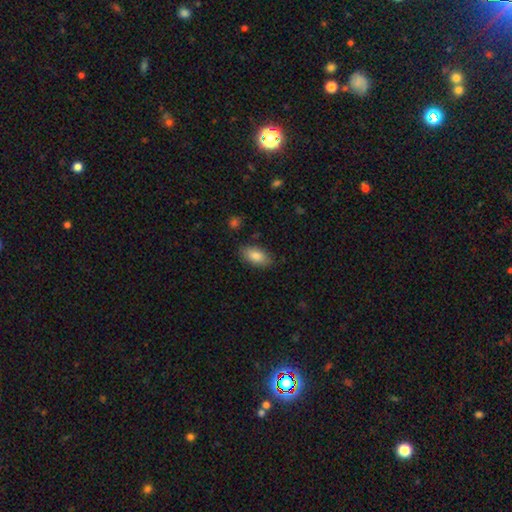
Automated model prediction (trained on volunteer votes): Smooth or featured?
  - smooth: 85% *
  - featured or disk: 9%
  - star or artifact: 7%
How rounded?
  - in between: 92% *
  - cigar-shaped: 5%
  - round: 3%
Merging?
  - none: 85% *
  - minor disturbance: 11%
  - major disturbance: 3%
  - merger: 1%